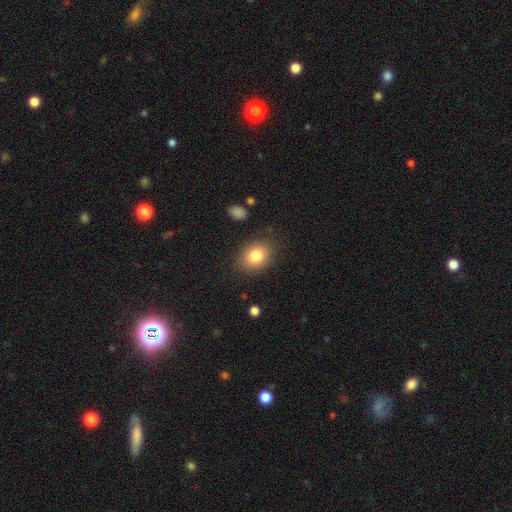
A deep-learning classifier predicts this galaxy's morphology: Smooth or featured? Predicted: smooth (p=0.81). How rounded? Predicted: in between (p=0.62). Merging? Predicted: none (p=0.84).